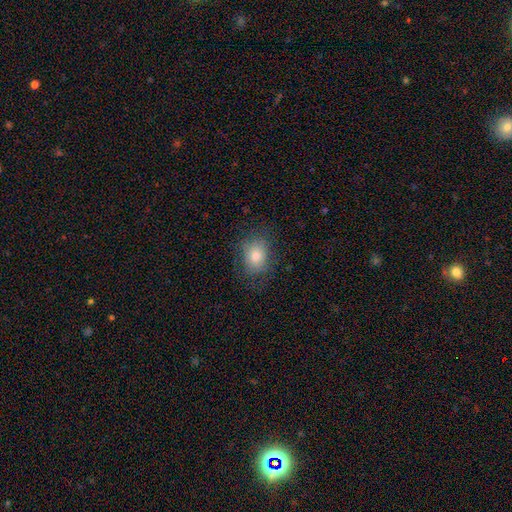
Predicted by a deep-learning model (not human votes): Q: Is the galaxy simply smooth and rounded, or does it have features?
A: smooth — 78%.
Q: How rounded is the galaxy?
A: in between — 57%.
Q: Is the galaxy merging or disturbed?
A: none — 78%.